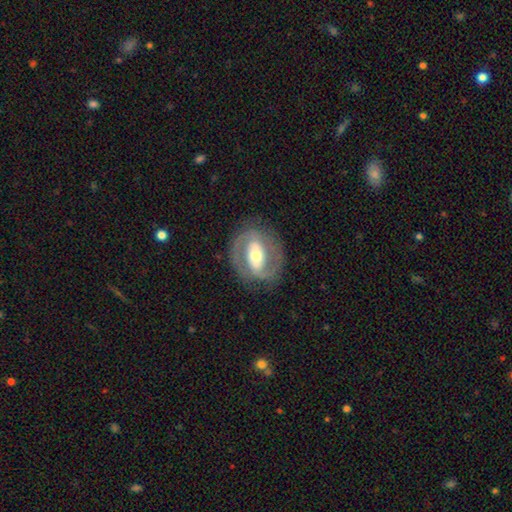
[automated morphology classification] smooth-or-featured: featured or disk: 79% | smooth: 16% | star or artifact: 5%
  disk-edge-on: no: 96% | yes: 4%
    bar: strong: 42% | weak: 32% | no: 26%
    has-spiral-arms: yes: 80% | no: 20%
      spiral-winding: medium: 44% | tight: 42% | loose: 14%
      spiral-arm-count: 2: 85% | can't tell: 7% | 1: 4% | 3: 1% | 4: 1% | more than 4: 1%
    bulge-size: moderate: 62% | small: 22% | large: 13% | dominant: 2% | none: 1%
  merging: none: 81% | minor disturbance: 12% | major disturbance: 6% | merger: 1%